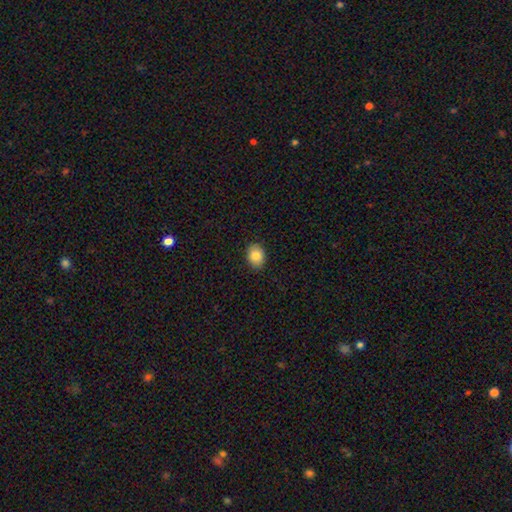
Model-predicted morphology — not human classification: Smooth or featured?
  - smooth: 85% *
  - star or artifact: 8%
  - featured or disk: 7%
How rounded?
  - in between: 65% *
  - round: 34%
  - cigar-shaped: 1%
Merging?
  - none: 89% *
  - minor disturbance: 8%
  - major disturbance: 2%
  - merger: 1%